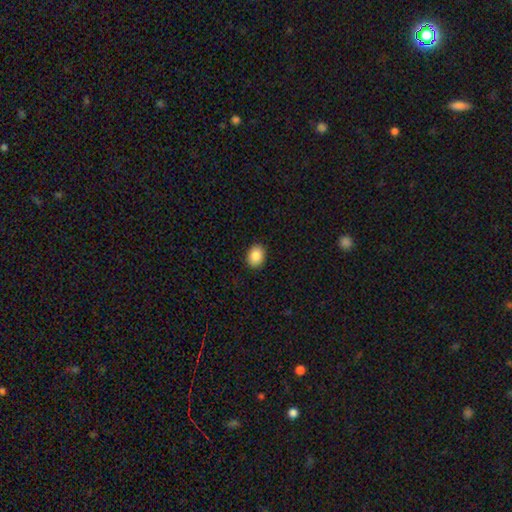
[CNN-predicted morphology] The model was most divided on "how rounded": in between: 64%, round: 35%, cigar-shaped: 1%. More confident: merging — none (90%); smooth or featured — smooth (87%).